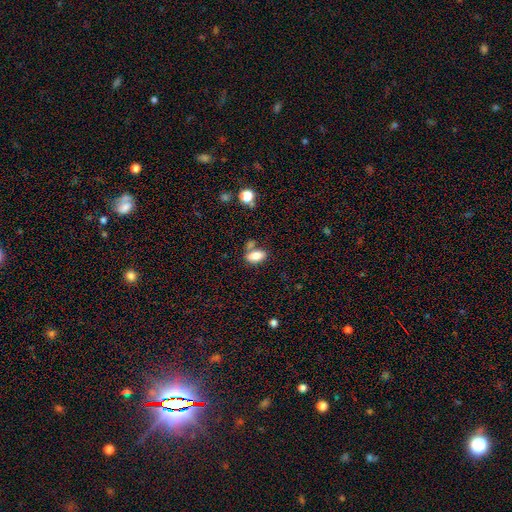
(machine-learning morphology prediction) Smooth or featured: smooth — 82% (featured or disk — 9%)
How rounded: in between — 88% (round — 7%)
Merging: none — 58% (merger — 22%)